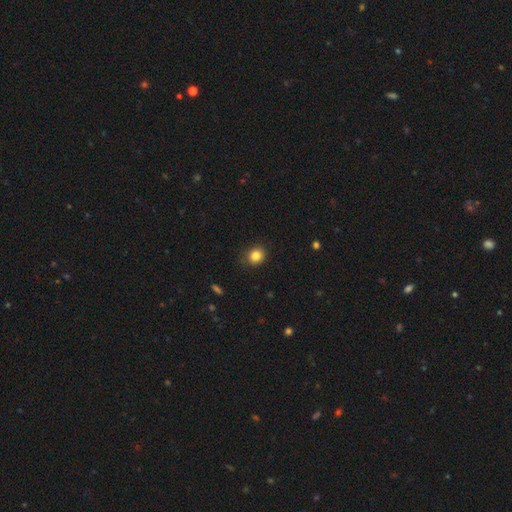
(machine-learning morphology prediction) Q: Smooth or featured?
A: smooth (84%); runner-up: star or artifact (11%)
Q: How rounded?
A: round (72%); runner-up: in between (27%)
Q: Merging?
A: none (83%); runner-up: minor disturbance (14%)